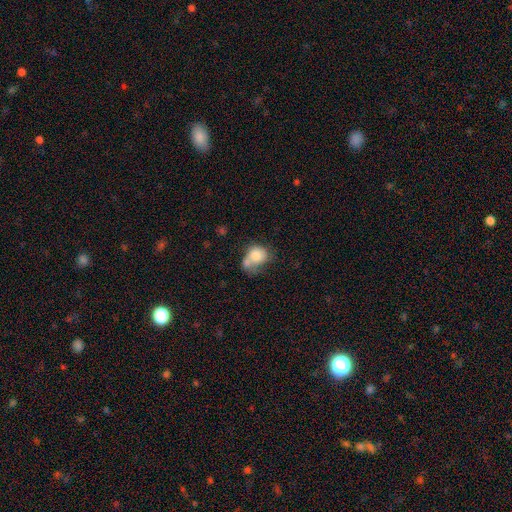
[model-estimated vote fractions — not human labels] This is likely a smooth galaxy (72%). How rounded: possibly round (55%). Merging: possibly merger (46%).